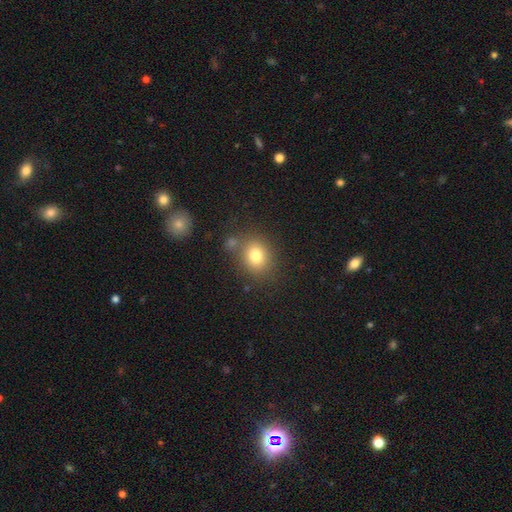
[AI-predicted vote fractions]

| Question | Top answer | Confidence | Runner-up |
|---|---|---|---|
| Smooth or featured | smooth | 78% | star or artifact (12%) |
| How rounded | round | 64% | in between (35%) |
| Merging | none | 72% | minor disturbance (13%) |